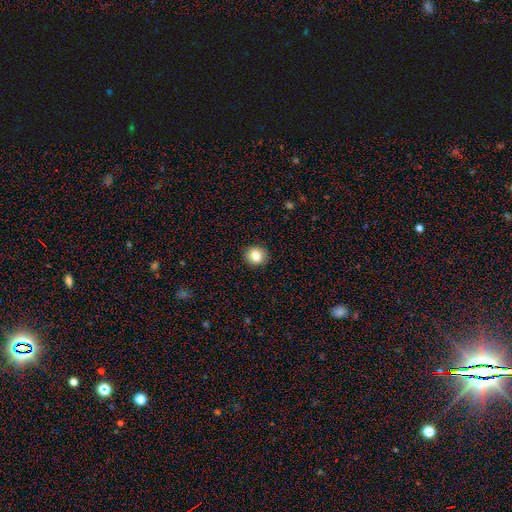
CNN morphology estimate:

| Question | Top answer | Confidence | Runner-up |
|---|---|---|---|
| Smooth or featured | smooth | 83% | star or artifact (10%) |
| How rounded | round | 80% | in between (19%) |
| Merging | none | 91% | minor disturbance (6%) |